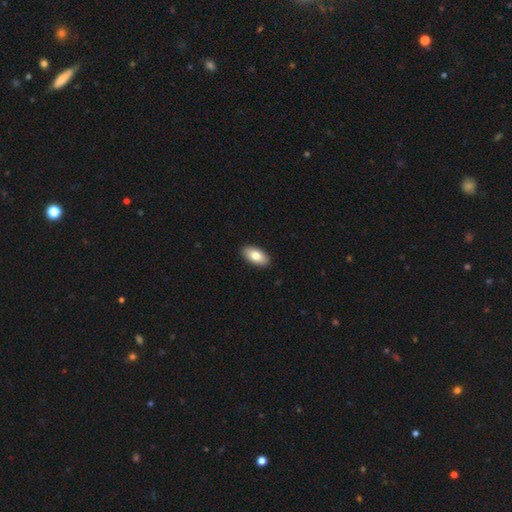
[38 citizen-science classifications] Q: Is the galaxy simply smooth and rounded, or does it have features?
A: smooth — 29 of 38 (76%).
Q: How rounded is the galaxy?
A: in between — 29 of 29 (100%).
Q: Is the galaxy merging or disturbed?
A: none — 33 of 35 (94%).